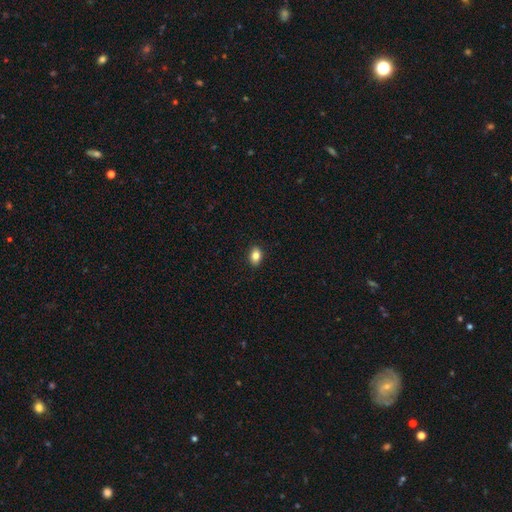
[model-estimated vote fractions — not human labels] Smooth or featured?
  - smooth: 83% *
  - star or artifact: 9%
  - featured or disk: 8%
How rounded?
  - in between: 77% *
  - round: 22%
  - cigar-shaped: 1%
Merging?
  - none: 90% *
  - minor disturbance: 7%
  - major disturbance: 2%
  - merger: 1%